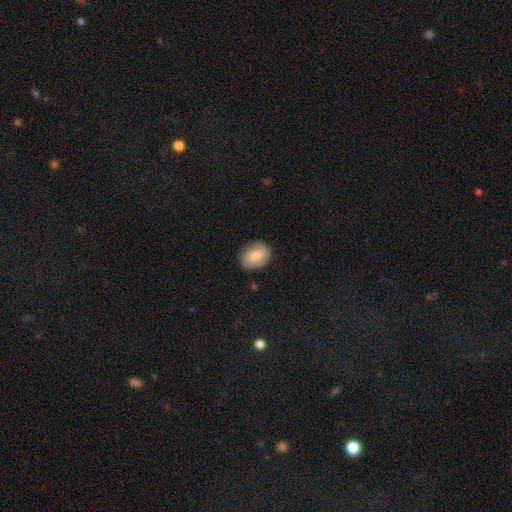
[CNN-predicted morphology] smooth 65%, featured or disk 28%, star or artifact 7%. Down the decision tree: how rounded — in between (52%); merging — none (78%).